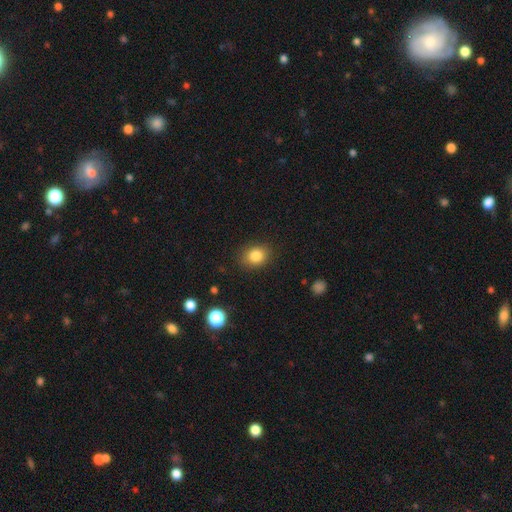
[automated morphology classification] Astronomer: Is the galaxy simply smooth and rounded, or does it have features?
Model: smooth — 84%.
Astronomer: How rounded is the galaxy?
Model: round — 50% (runner-up: in between, 49%).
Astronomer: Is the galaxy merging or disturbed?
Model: none — 86%.